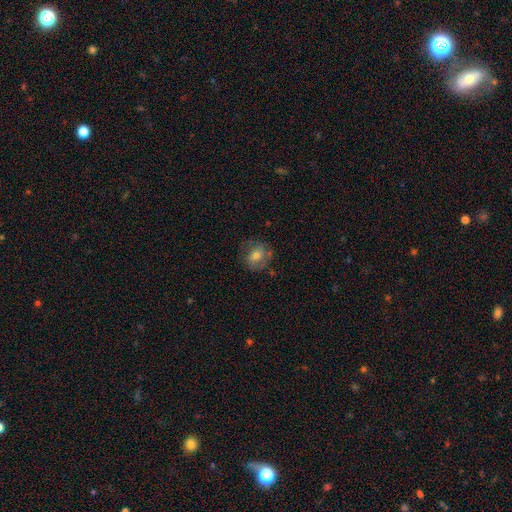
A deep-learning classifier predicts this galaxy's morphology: Smooth or featured? smooth (68%)
How rounded? round (70%)
Merging? none (72%)